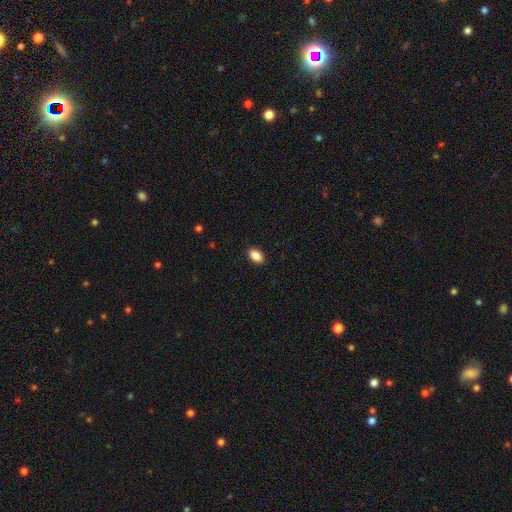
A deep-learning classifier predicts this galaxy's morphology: Smooth or featured: smooth — 87% (star or artifact — 8%)
How rounded: in between — 91% (round — 6%)
Merging: none — 89% (minor disturbance — 8%)